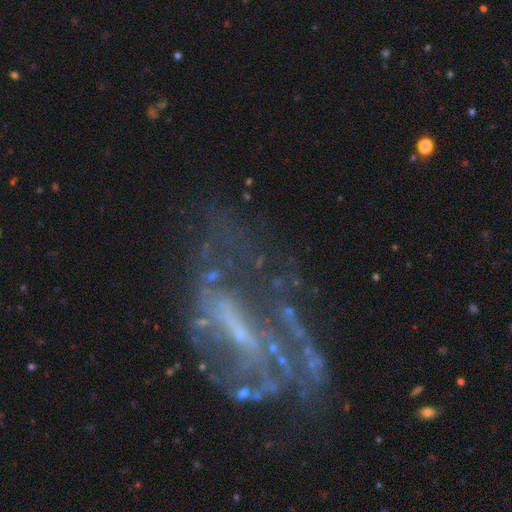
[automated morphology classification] Q: Smooth or featured?
A: featured or disk (78%); runner-up: star or artifact (13%)
Q: Edge-on disk?
A: no (93%); runner-up: yes (7%)
Q: Bar?
A: weak (40%); runner-up: no (33%)
Q: Spiral arms?
A: yes (66%); runner-up: no (34%)
Q: Bulge size?
A: small (50%); runner-up: none (31%)
Q: Merging?
A: none (42%); runner-up: major disturbance (36%)